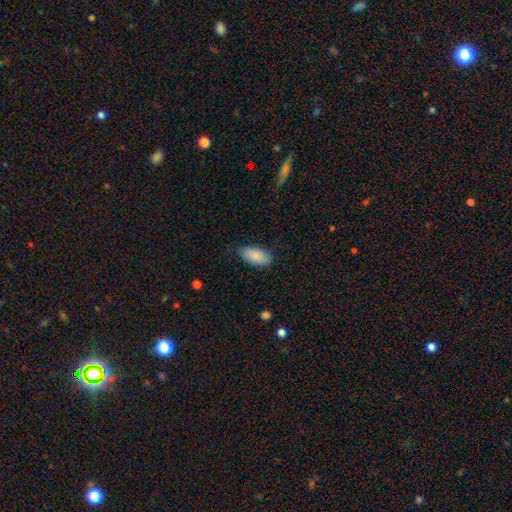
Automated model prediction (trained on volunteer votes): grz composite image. It shows a smooth galaxy with no disk features (87%) that is in between round and cigar-shaped (93%). Merging: none (81%).